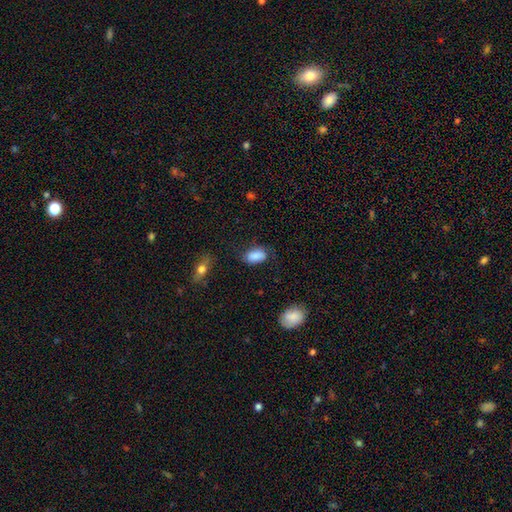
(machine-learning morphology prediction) Smooth or featured? smooth (84%)
How rounded? in between (92%)
Merging? none (59%)